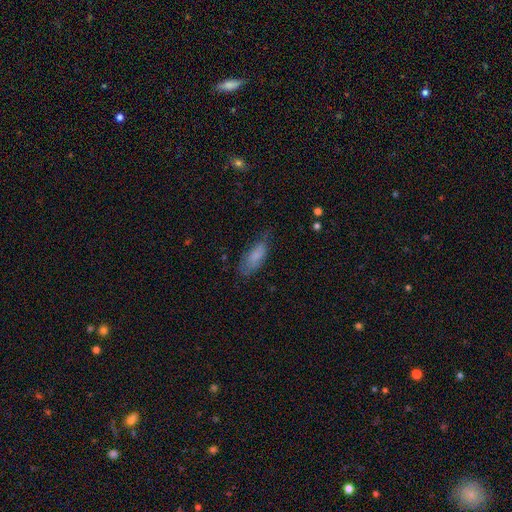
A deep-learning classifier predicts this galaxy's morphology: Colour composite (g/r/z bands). It shows a smooth galaxy with no disk features (77%) that is in between round and cigar-shaped (76%). Merging: none (57%).